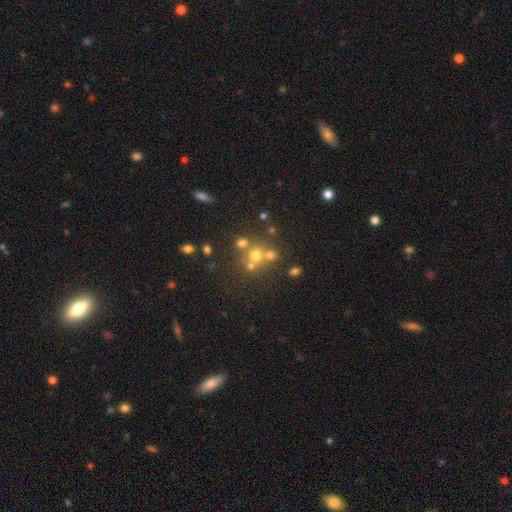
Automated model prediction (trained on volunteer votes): This appears to be a smooth galaxy with no disk features (56%) that is round (85%). Merging: none (51%).